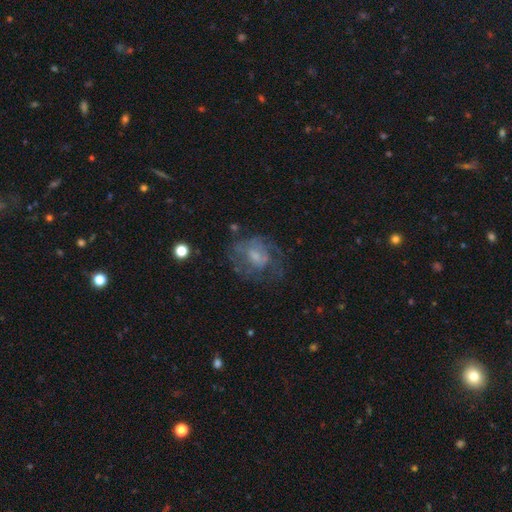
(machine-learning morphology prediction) Smooth or featured? featured or disk (59%)
Edge-on disk? no (97%)
Bar? no (59%)
Spiral arms? yes (54%)
Bulge size? moderate (38%)
Merging? none (48%)